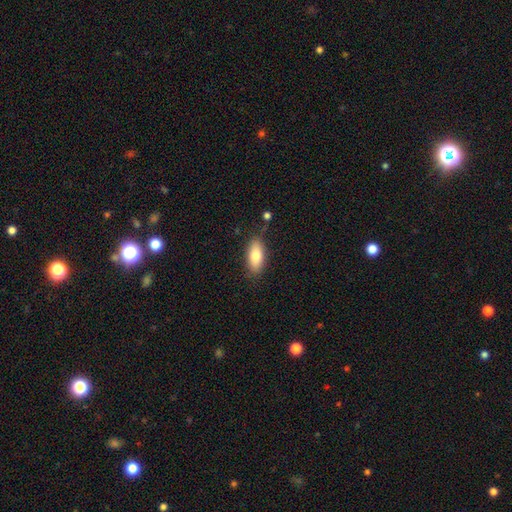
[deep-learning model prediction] Smooth or featured? Predicted: smooth (p=0.80). How rounded? Predicted: in between (p=0.85). Merging? Predicted: none (p=0.79).